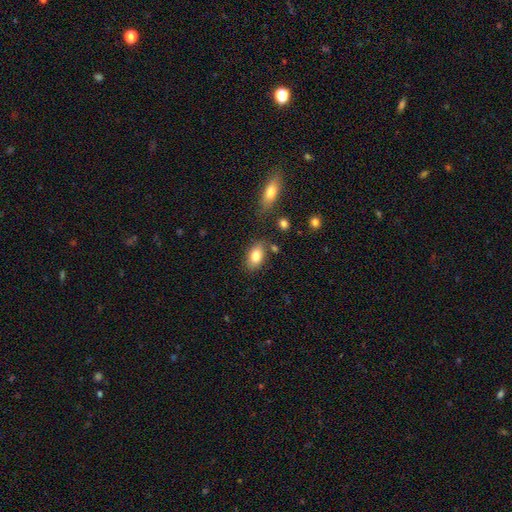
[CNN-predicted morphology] smooth 81%, featured or disk 11%, star or artifact 7%. Down the decision tree: how rounded — in between (91%); merging — none (79%).